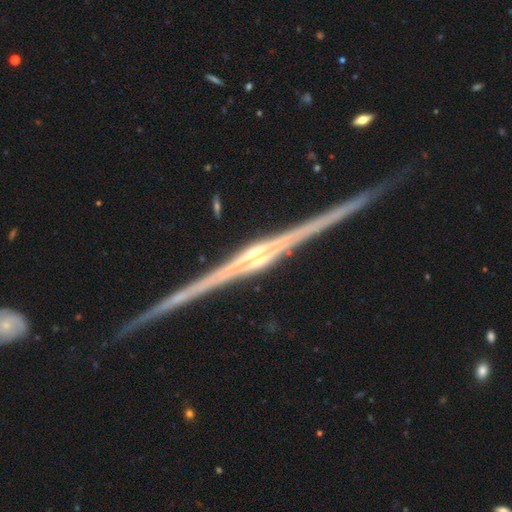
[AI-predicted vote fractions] This appears to be a featured or disk galaxy (93%) viewed edge-on (99%) with a rounded central bulge (77%). Merging: none (91%).